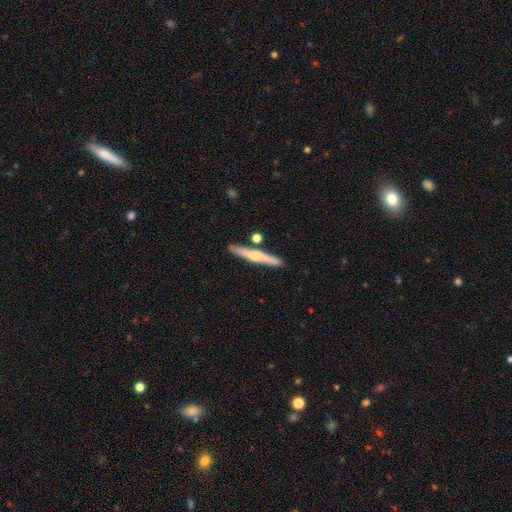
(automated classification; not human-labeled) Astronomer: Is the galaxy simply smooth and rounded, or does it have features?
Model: featured or disk — 60% (runner-up: smooth, 35%).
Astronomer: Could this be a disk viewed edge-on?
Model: yes — 97%.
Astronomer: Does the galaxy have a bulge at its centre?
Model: rounded — 84%.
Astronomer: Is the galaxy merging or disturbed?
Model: none — 83%.